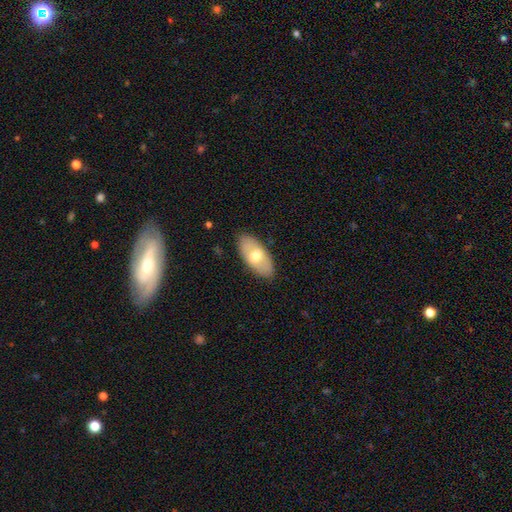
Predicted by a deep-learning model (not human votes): The model was most divided on "smooth or featured": smooth: 59%, featured or disk: 35%, star or artifact: 6%. More confident: how rounded — in between (91%); merging — none (85%).